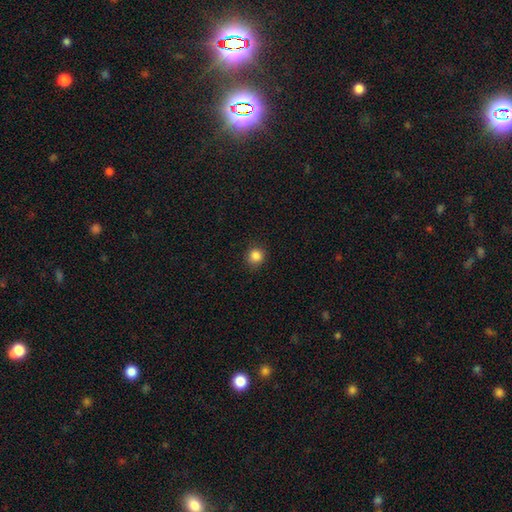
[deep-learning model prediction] Smooth or featured: smooth — 85% (star or artifact — 11%)
How rounded: round — 89% (in between — 11%)
Merging: none — 88% (minor disturbance — 8%)